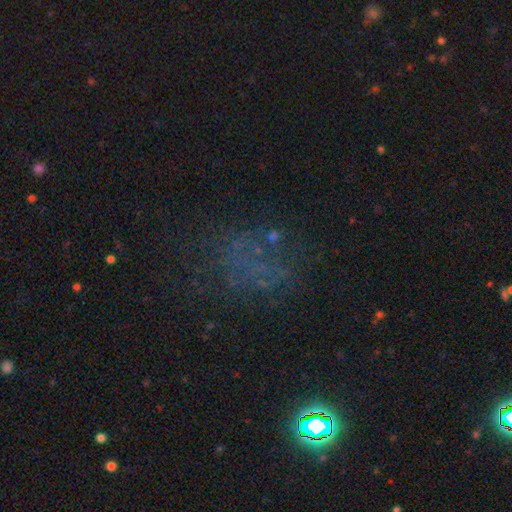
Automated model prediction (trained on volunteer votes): Smooth or featured? star or artifact (45%)